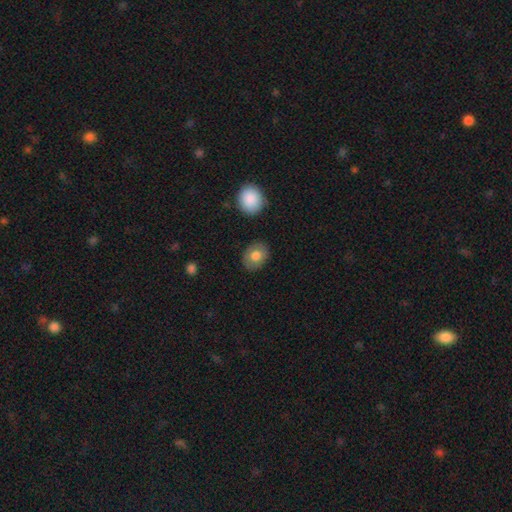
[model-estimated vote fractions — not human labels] Smooth or featured?
  - smooth: 75% *
  - featured or disk: 18%
  - star or artifact: 7%
How rounded?
  - in between: 56% *
  - round: 43%
  - cigar-shaped: 1%
Merging?
  - none: 84% *
  - minor disturbance: 11%
  - major disturbance: 3%
  - merger: 2%